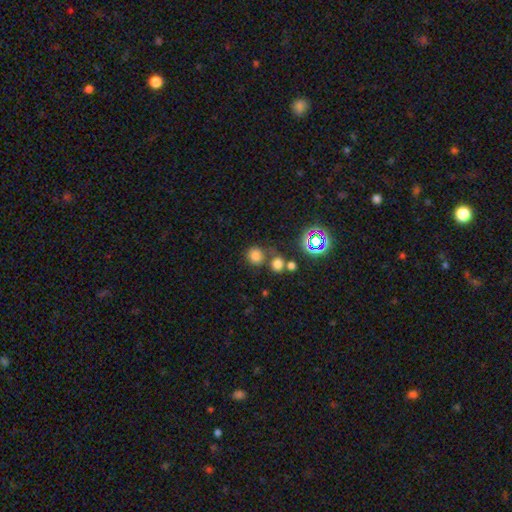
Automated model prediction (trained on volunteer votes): A smooth galaxy with no disk features (74%) that is round (86%).

Vote fractions:
- Smooth or featured? smooth: 74% / star or artifact: 20% / featured or disk: 6%
- How rounded? round: 86% / in between: 13% / cigar-shaped: 1%
- Merging? none: 67% / merger: 20% / minor disturbance: 10% / major disturbance: 4%